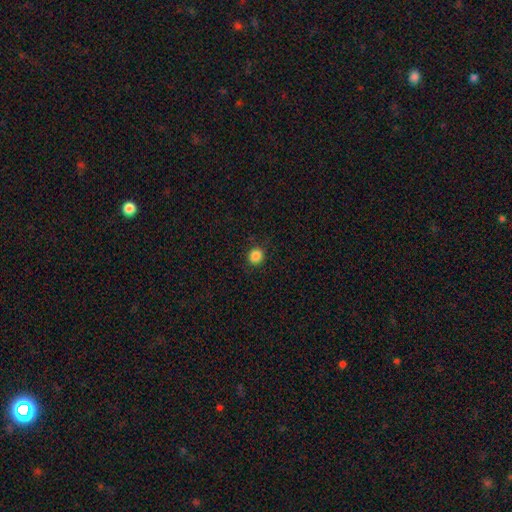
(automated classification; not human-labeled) A smooth galaxy with no disk features (86%) that is round (86%).

Vote fractions:
- Smooth or featured? smooth: 86% / star or artifact: 11% / featured or disk: 3%
- How rounded? round: 86% / in between: 13% / cigar-shaped: 1%
- Merging? none: 89% / minor disturbance: 8% / major disturbance: 2% / merger: 1%